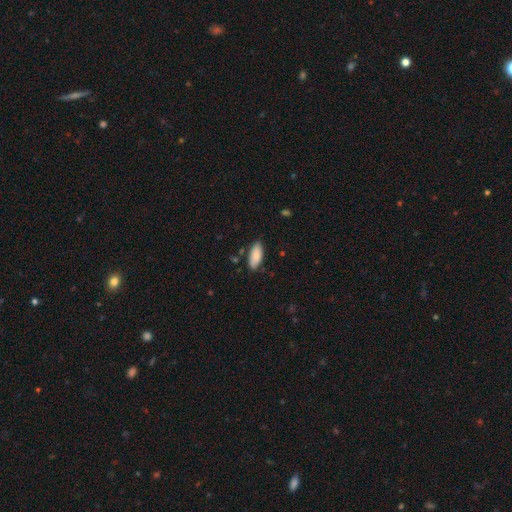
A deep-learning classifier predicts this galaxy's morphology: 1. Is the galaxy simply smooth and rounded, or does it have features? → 87% smooth, 7% featured or disk, 6% star or artifact.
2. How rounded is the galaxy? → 85% in between, 13% cigar-shaped, 2% round.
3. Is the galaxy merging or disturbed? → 81% none, 14% minor disturbance, 3% major disturbance, 2% merger.